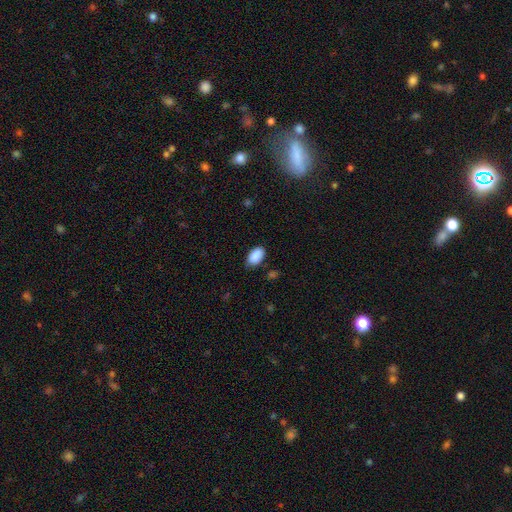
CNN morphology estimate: smooth_or_featured: smooth (p=0.90) [alt: star or artifact p=0.07]
how_rounded: in between (p=0.94) [alt: round p=0.04]
merging: none (p=0.81) [alt: minor disturbance p=0.15]